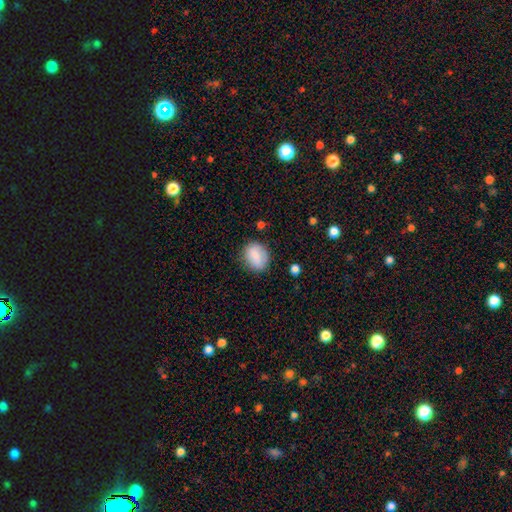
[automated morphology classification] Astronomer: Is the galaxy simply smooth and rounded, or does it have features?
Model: smooth — 82%.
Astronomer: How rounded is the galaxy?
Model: round — 54% (runner-up: in between, 44%).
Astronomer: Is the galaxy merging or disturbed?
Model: none — 75%.